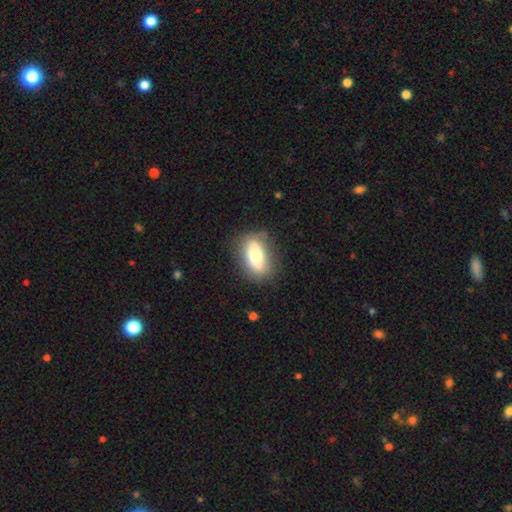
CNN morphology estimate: Smooth or featured? smooth (69%)
How rounded? in between (85%)
Merging? none (76%)